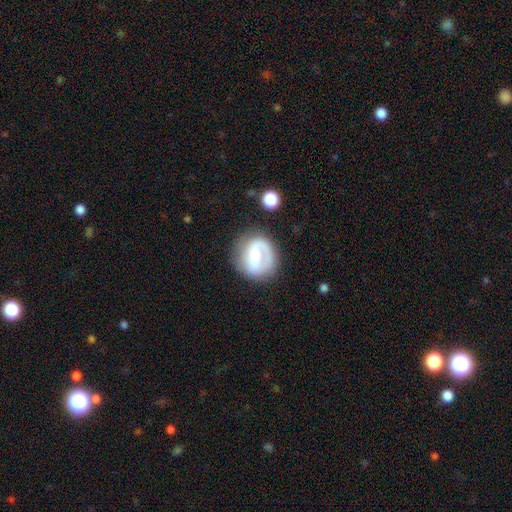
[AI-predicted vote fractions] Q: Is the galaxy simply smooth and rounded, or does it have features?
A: featured or disk — 65%.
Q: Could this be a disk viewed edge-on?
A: no — 97%.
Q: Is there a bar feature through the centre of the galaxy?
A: weak — 44%.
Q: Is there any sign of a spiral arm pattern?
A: yes — 82%.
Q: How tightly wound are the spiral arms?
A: medium — 39%.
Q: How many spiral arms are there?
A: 1 — 51%.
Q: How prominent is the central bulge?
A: small — 40%.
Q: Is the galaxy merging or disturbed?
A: none — 66%.